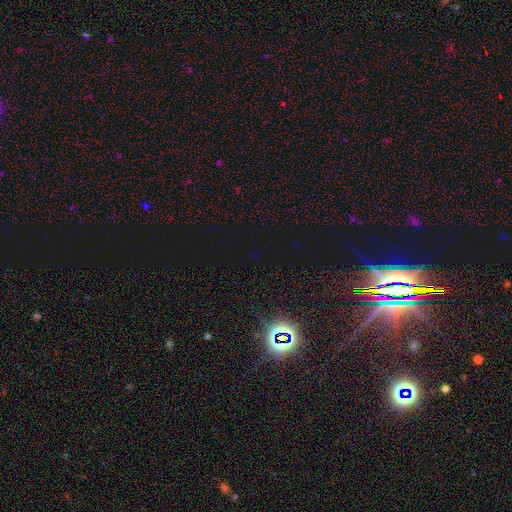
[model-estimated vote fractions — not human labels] This appears to be a star or artifact, not a galaxy (80%).